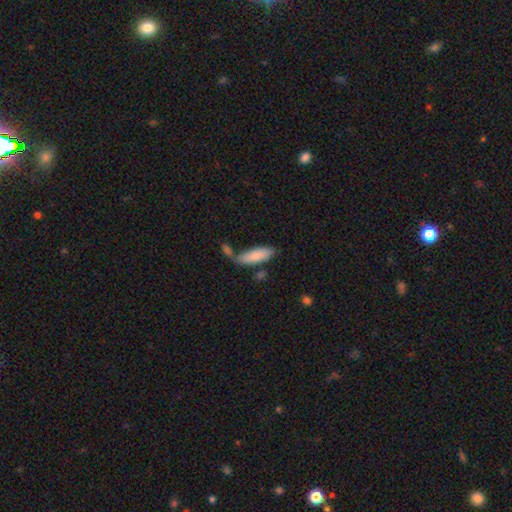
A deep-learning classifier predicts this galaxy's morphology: The model was most divided on "how rounded": in between: 57%, cigar-shaped: 41%, round: 2%. More confident: smooth or featured — smooth (83%); merging — none (58%).